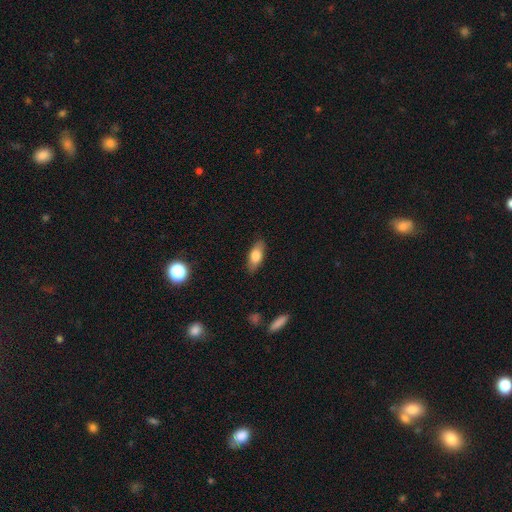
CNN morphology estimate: This appears to be a smooth galaxy with no disk features (75%) that is in between round and cigar-shaped (79%). Merging: none (87%).